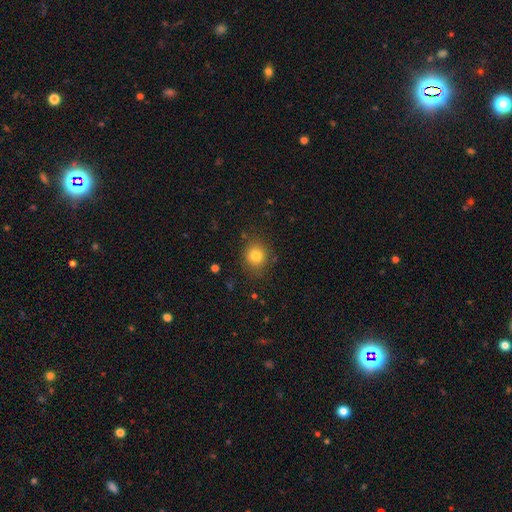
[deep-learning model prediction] Morphology: type=smooth (80%); roundness=round (82%); merging=none (84%).